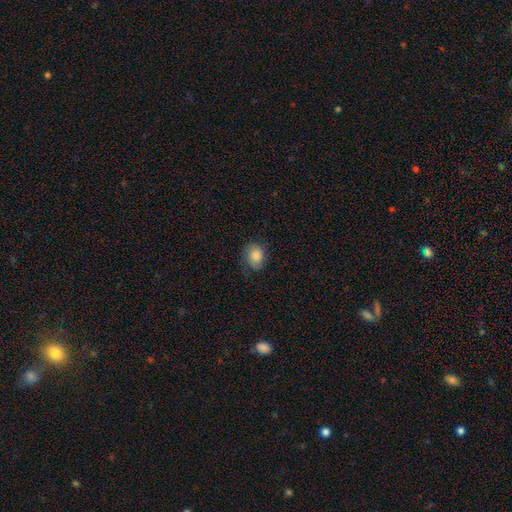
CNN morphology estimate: This appears to be a smooth galaxy with no disk features (79%) that is in between round and cigar-shaped (58%). Merging: none (67%).